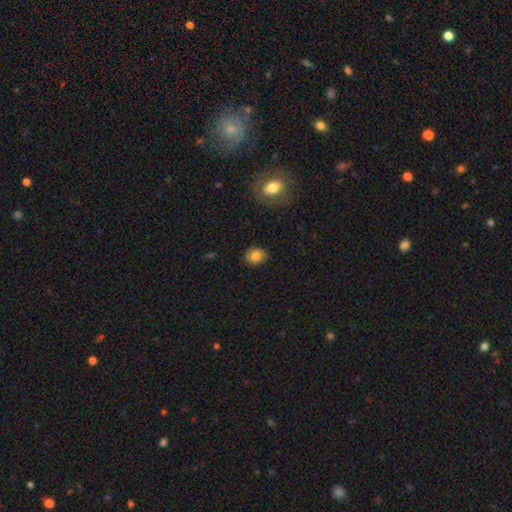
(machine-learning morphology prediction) smooth-or-featured: smooth: 81% | star or artifact: 10% | featured or disk: 10%
  how-rounded: in between: 50% | round: 49% | cigar-shaped: 1%
  merging: none: 82% | minor disturbance: 14% | major disturbance: 3% | merger: 1%